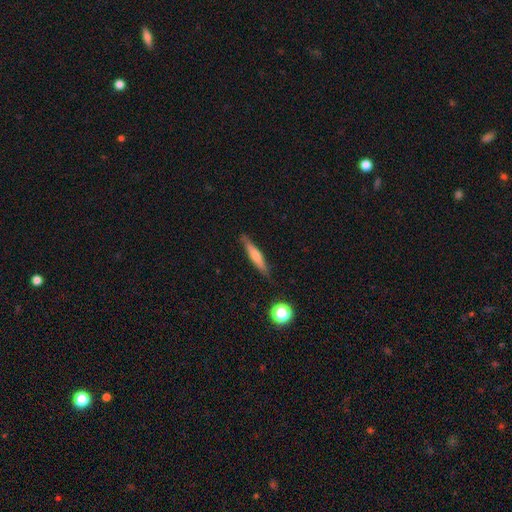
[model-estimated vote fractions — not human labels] A smooth galaxy with no disk features (57%) that is cigar-shaped (89%).

Vote fractions:
- Smooth or featured? smooth: 57% / featured or disk: 36% / star or artifact: 7%
- How rounded? cigar-shaped: 89% / in between: 9% / round: 2%
- Merging? none: 84% / minor disturbance: 12% / major disturbance: 2% / merger: 2%